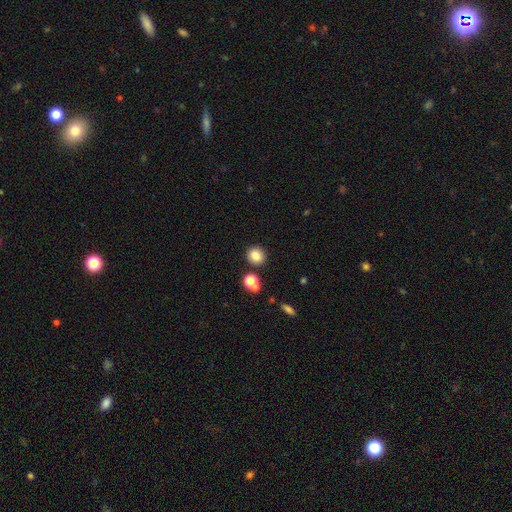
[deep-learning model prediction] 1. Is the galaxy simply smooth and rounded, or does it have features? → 83% smooth, 11% star or artifact, 5% featured or disk.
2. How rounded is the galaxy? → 82% round, 17% in between, 1% cigar-shaped.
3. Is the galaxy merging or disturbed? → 82% none, 8% minor disturbance, 7% merger, 3% major disturbance.